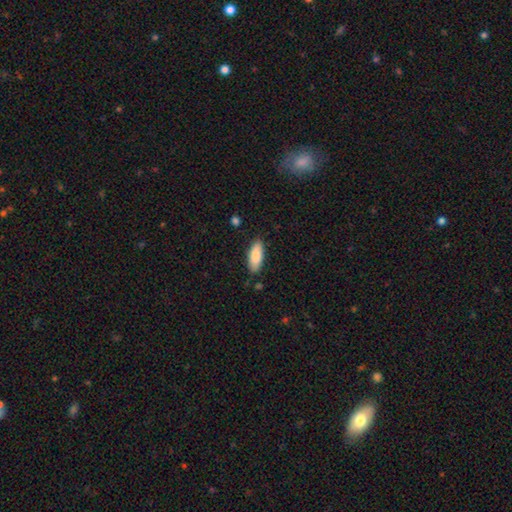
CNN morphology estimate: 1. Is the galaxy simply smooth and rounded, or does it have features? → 88% smooth, 6% featured or disk, 6% star or artifact.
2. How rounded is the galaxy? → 78% in between, 21% cigar-shaped, 2% round.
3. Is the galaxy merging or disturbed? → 84% none, 12% minor disturbance, 2% major disturbance, 2% merger.